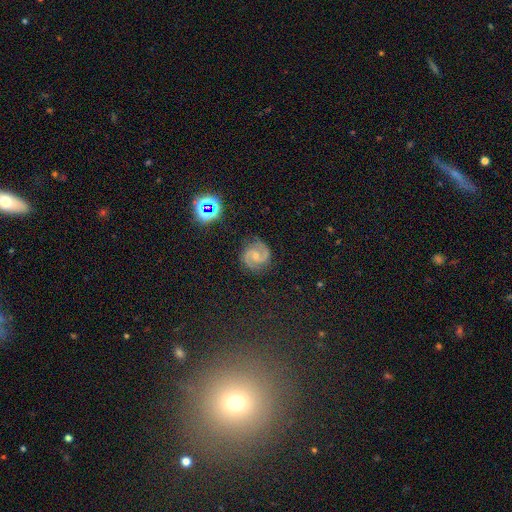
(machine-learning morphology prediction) Smooth or featured?
  - featured or disk: 87% *
  - star or artifact: 8%
  - smooth: 5%
Edge-on disk?
  - no: 98% *
  - yes: 2%
Bar?
  - no: 49% *
  - weak: 42%
  - strong: 9%
Spiral arms?
  - yes: 98% *
  - no: 2%
Spiral winding?
  - medium: 56% *
  - tight: 35%
  - loose: 9%
Spiral arm count?
  - 2: 94% *
  - can't tell: 2%
  - 3: 2%
  - 1: 1%
  - 4: 1%
  - more than 4: 1%
Bulge size?
  - small: 57% *
  - moderate: 30%
  - none: 10%
  - large: 1%
  - dominant: 1%
Merging?
  - none: 84% *
  - minor disturbance: 12%
  - major disturbance: 3%
  - merger: 1%